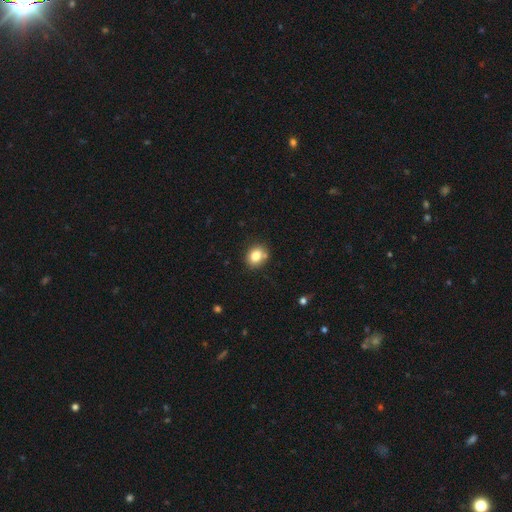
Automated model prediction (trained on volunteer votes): A smooth galaxy with no disk features (82%) that is round (60%). Merging: none (80%).